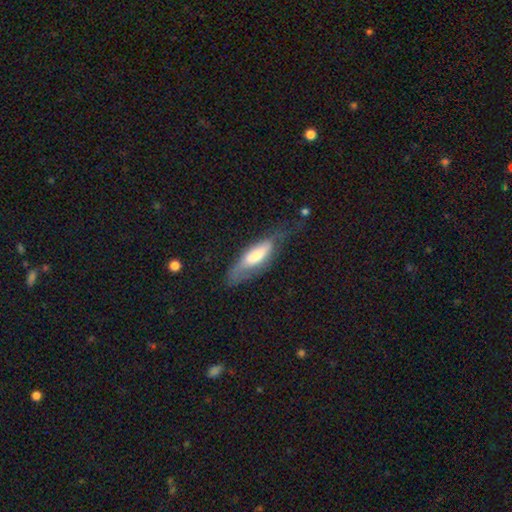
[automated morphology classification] smooth 56%, featured or disk 37%, star or artifact 7%. Down the decision tree: how rounded — in between (56%); merging — none (38%).